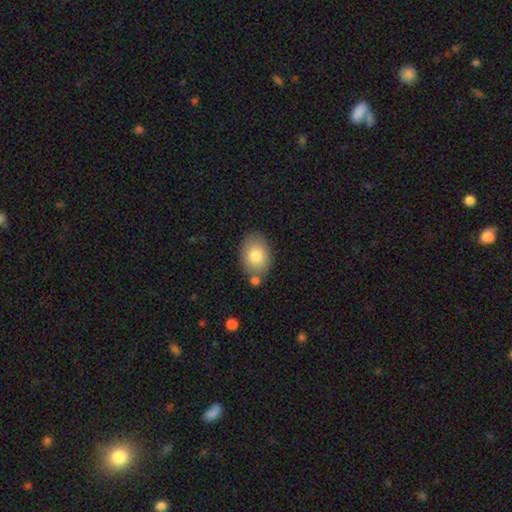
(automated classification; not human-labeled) This appears to be a smooth galaxy with no disk features (81%) that is in between round and cigar-shaped (81%). Merging: none (75%).